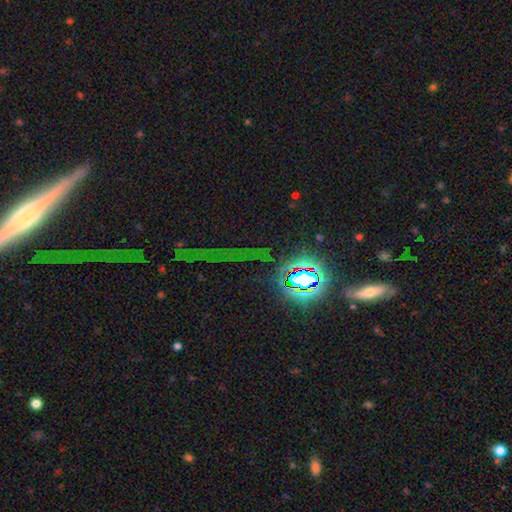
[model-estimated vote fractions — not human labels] This is likely a star or artifact rather than a galaxy (62%).